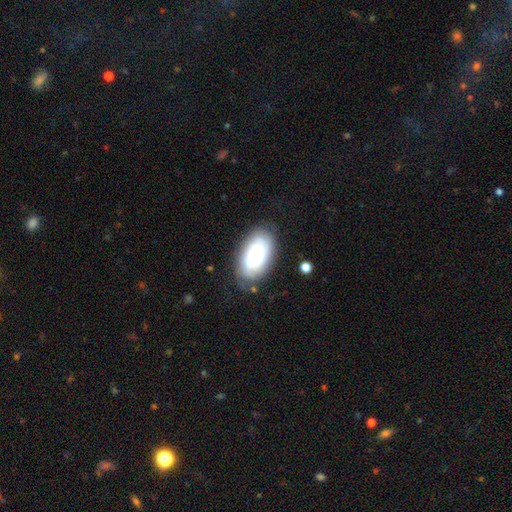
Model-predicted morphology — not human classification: Smooth or featured? Predicted: smooth (p=0.60). How rounded? Predicted: in between (p=0.93). Merging? Predicted: none (p=0.74).